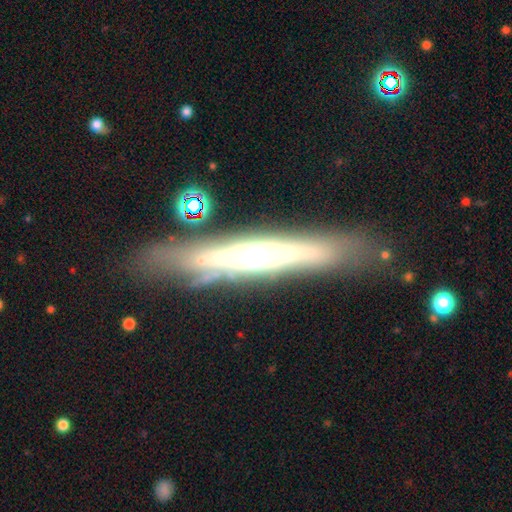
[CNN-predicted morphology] Smooth or featured? Predicted: featured or disk (p=0.73). Edge-on disk? Predicted: yes (p=0.85). Edge-on bulge? Predicted: rounded (p=0.65). Merging? Predicted: none (p=0.76).